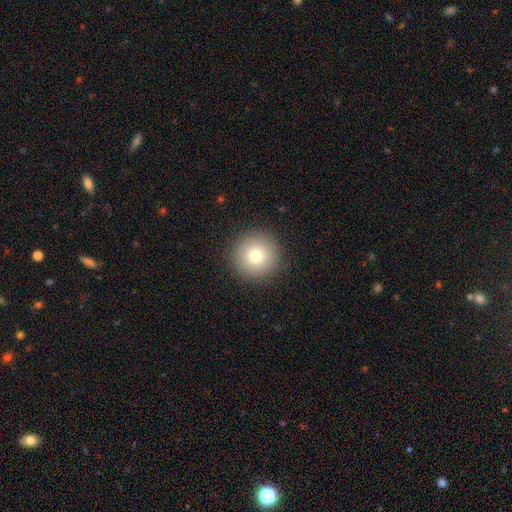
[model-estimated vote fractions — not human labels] A smooth galaxy with no disk features (79%) that is round (96%).

Vote fractions:
- Smooth or featured? smooth: 79% / star or artifact: 11% / featured or disk: 10%
- How rounded? round: 96% / in between: 3% / cigar-shaped: 1%
- Merging? none: 92% / minor disturbance: 5% / major disturbance: 2% / merger: 1%